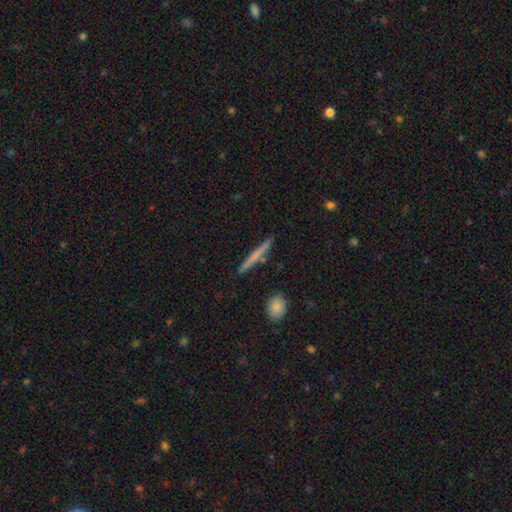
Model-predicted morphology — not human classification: smooth-or-featured: smooth: 56% | featured or disk: 38% | star or artifact: 6%
  how-rounded: cigar-shaped: 95% | in between: 3% | round: 2%
  merging: none: 91% | minor disturbance: 6% | merger: 2% | major disturbance: 1%